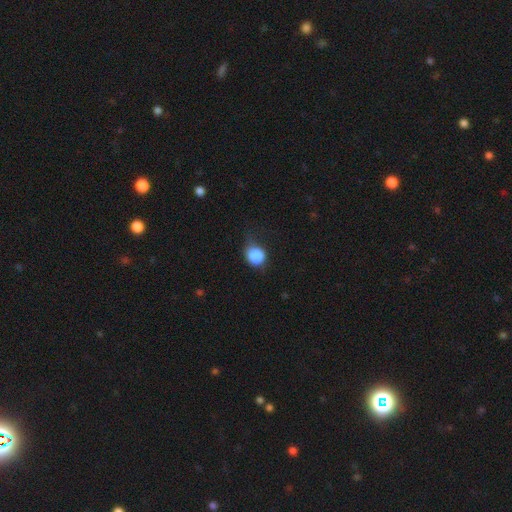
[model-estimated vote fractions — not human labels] The model was most divided on "merging": none: 48%, minor disturbance: 36%, major disturbance: 14%, merger: 2%. More confident: smooth or featured — smooth (85%); how rounded — round (80%).